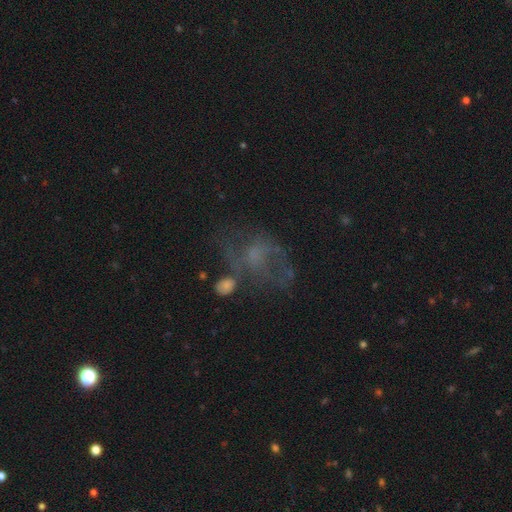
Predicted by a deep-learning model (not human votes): This appears to be a featured or disk galaxy (54%) with no bar (72%), spiral arms (53%) and no central bulge (41%). Merging: none (40%).